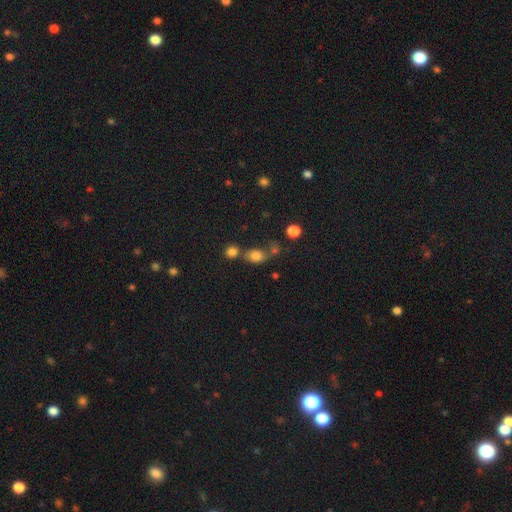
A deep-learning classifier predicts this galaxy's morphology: Q: Smooth or featured?
A: smooth (77%); runner-up: star or artifact (14%)
Q: How rounded?
A: in between (57%); runner-up: round (41%)
Q: Merging?
A: none (47%); runner-up: merger (31%)